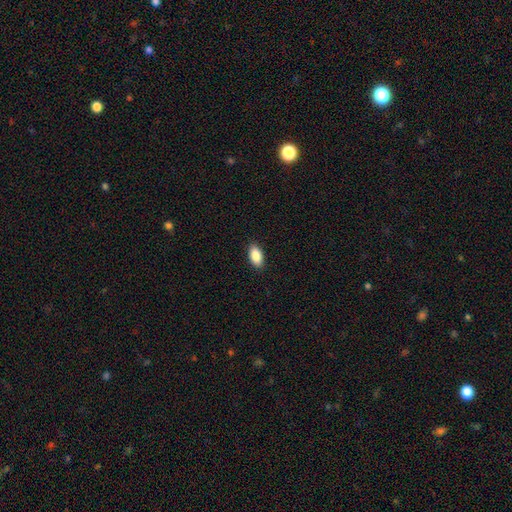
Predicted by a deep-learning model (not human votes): Morphology: type=smooth (88%); roundness=in between (93%); merging=none (90%).